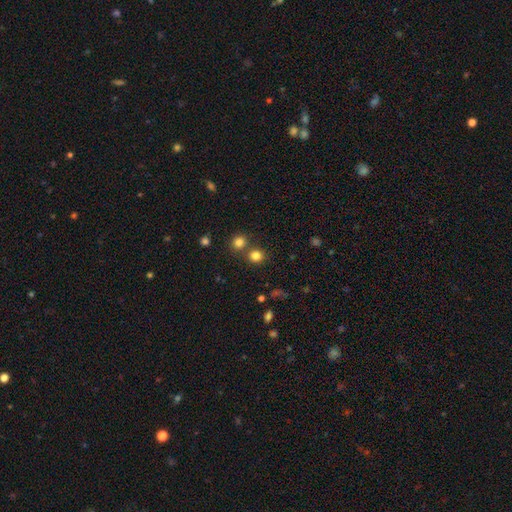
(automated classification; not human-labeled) This appears to be a smooth galaxy with no disk features (79%) that is round (84%). Merging: none (69%).